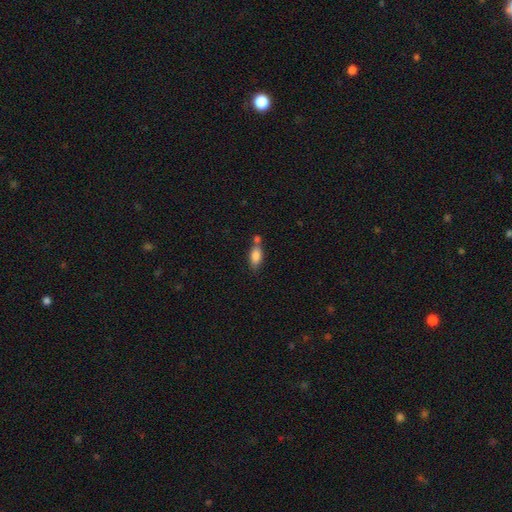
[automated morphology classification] This appears to be a smooth galaxy with no disk features (83%) that is in between round and cigar-shaped (85%). Merging: none (53%).